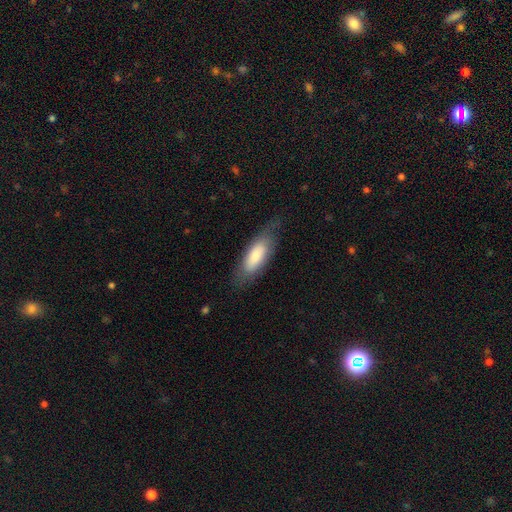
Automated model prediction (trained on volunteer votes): smooth-or-featured: smooth: 77% | featured or disk: 17% | star or artifact: 6%
  how-rounded: in between: 72% | cigar-shaped: 27% | round: 2%
  merging: none: 69% | minor disturbance: 22% | major disturbance: 8% | merger: 1%